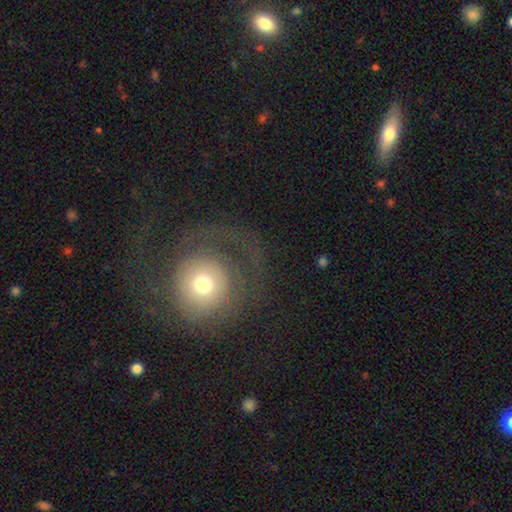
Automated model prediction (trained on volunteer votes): Smooth or featured: featured or disk — 50% (smooth — 39%)
Merging: none — 54% (major disturbance — 31%)